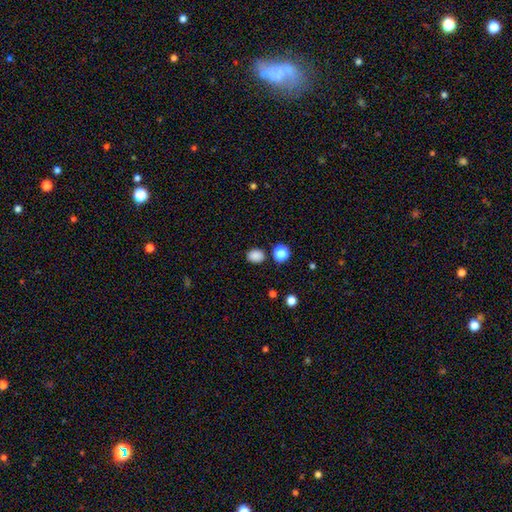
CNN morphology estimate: The model was most divided on "how rounded": in between: 51%, round: 48%, cigar-shaped: 1%. More confident: smooth or featured — smooth (85%); merging — none (84%).